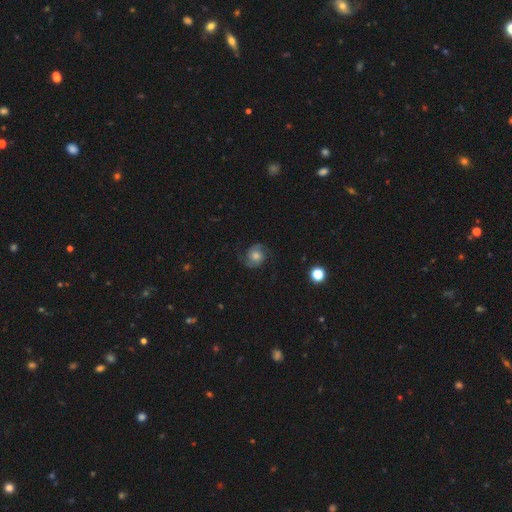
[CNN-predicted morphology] smooth_or_featured: featured or disk (p=0.72) [alt: smooth p=0.18]
disk_edge_on: no (p=0.98) [alt: yes p=0.02]
bar: no (p=0.72) [alt: weak p=0.23]
has_spiral_arms: yes (p=0.95) [alt: no p=0.05]
spiral_winding: medium (p=0.50) [alt: tight p=0.28]
spiral_arm_count: 2 (p=0.91) [alt: can't tell p=0.04]
bulge_size: moderate (p=0.56) [alt: small p=0.25]
merging: none (p=0.77) [alt: minor disturbance p=0.14]